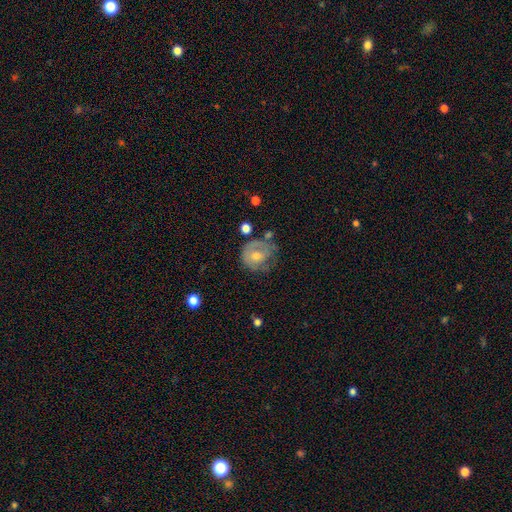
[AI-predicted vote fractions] Smooth or featured? featured or disk (51%)
Edge-on disk? no (96%)
Merging? none (50%)